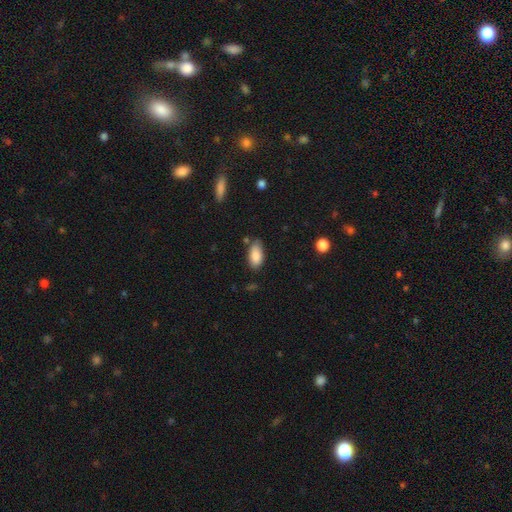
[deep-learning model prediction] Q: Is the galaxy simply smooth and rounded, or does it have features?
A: smooth — 86%.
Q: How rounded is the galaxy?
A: in between — 91%.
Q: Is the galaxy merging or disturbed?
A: none — 73%.